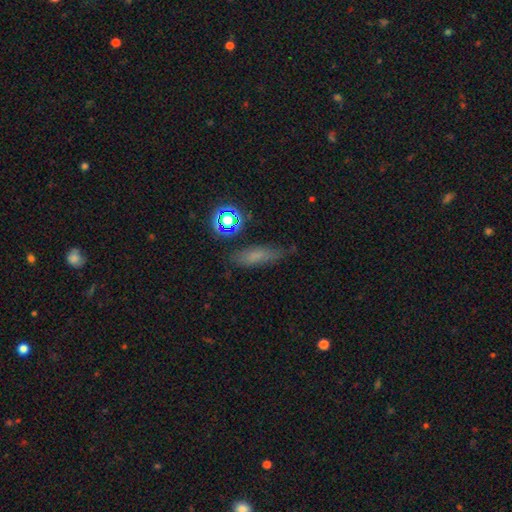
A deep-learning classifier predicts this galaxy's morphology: Smooth or featured?
  - smooth: 61% *
  - star or artifact: 20%
  - featured or disk: 18%
How rounded?
  - cigar-shaped: 51% *
  - in between: 41%
  - round: 8%
Merging?
  - none: 72% *
  - minor disturbance: 19%
  - major disturbance: 6%
  - merger: 3%